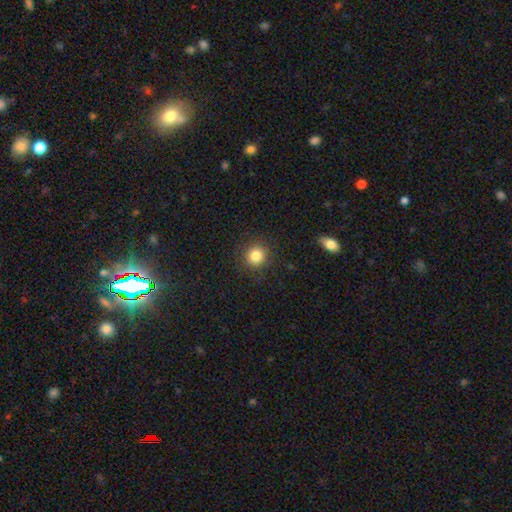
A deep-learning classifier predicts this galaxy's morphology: Smooth or featured? Predicted: smooth (p=0.84). How rounded? Predicted: round (p=0.91). Merging? Predicted: none (p=0.90).